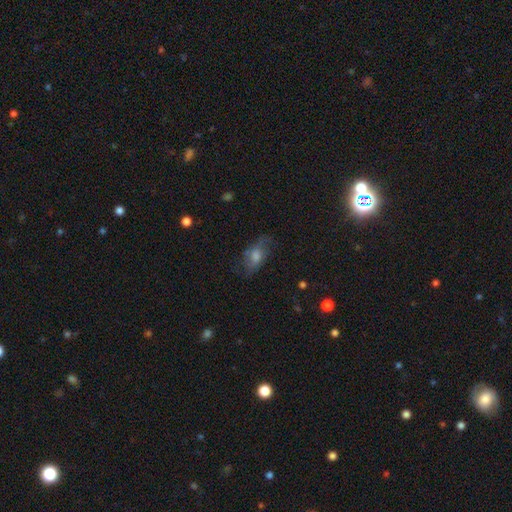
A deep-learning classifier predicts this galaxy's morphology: This is marginally a smooth galaxy (42%). Merging: likely none (65%).